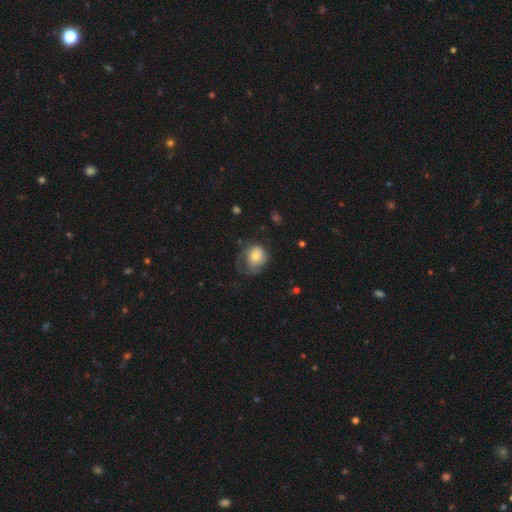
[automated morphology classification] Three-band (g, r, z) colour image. It shows a smooth galaxy with no disk features (59%) that is round (68%). Merging: none (36%).